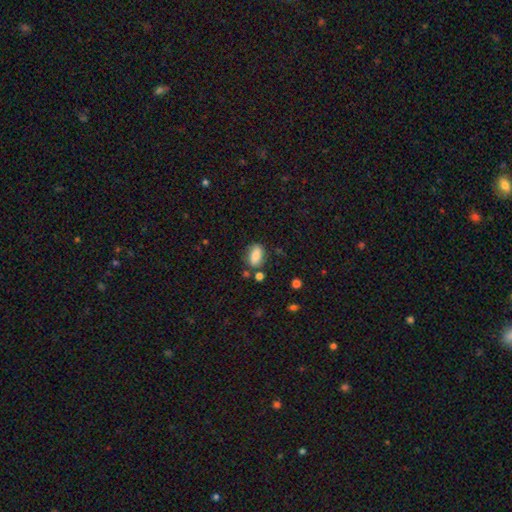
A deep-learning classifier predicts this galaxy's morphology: This appears to be a smooth galaxy with no disk features (77%) that is in between round and cigar-shaped (84%). Merging: none (71%).